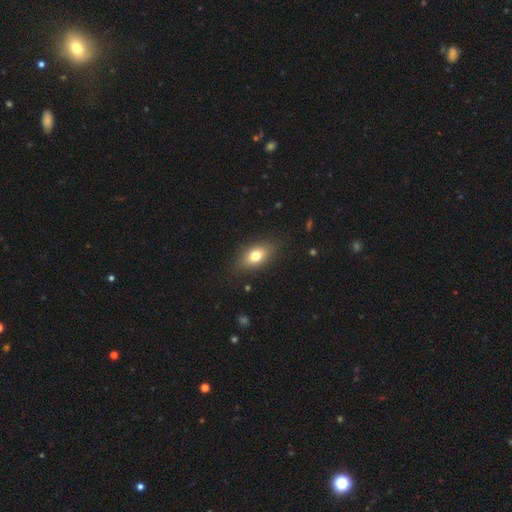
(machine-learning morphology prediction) smooth 73%, featured or disk 18%, star or artifact 9%. Down the decision tree: how rounded — in between (82%); merging — none (83%).